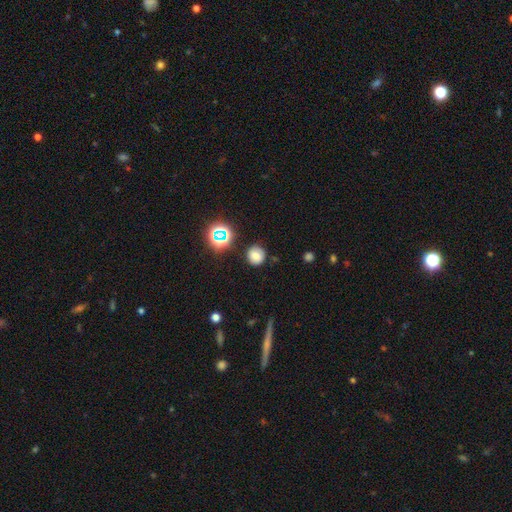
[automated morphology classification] Smooth or featured?
  - smooth: 73% *
  - star or artifact: 18%
  - featured or disk: 9%
How rounded?
  - round: 89% *
  - in between: 10%
  - cigar-shaped: 1%
Merging?
  - none: 84% *
  - minor disturbance: 10%
  - major disturbance: 3%
  - merger: 3%